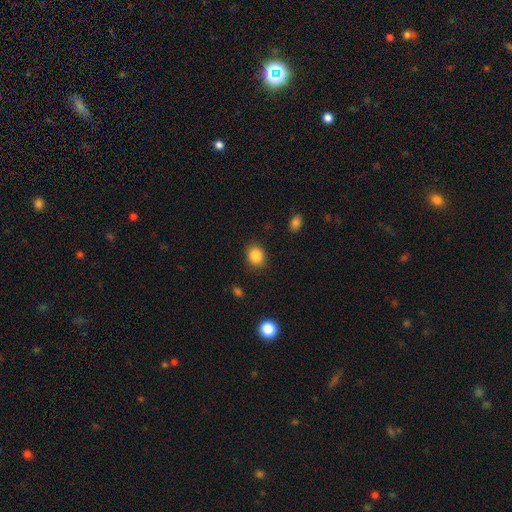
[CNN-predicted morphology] type=smooth (86%); roundness=round (66%); merging=none (86%).